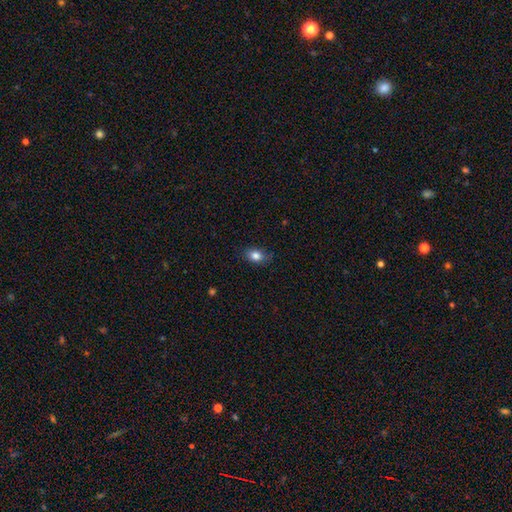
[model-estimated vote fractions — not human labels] The model was most divided on "how rounded": in between: 73%, round: 26%, cigar-shaped: 2%. More confident: smooth or featured — smooth (83%); merging — none (82%).